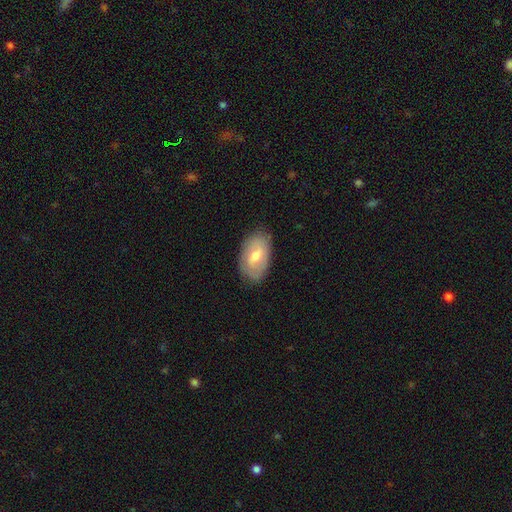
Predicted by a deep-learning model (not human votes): Q: Smooth or featured?
A: smooth (55%); runner-up: featured or disk (38%)
Q: How rounded?
A: in between (92%); runner-up: round (6%)
Q: Merging?
A: none (78%); runner-up: minor disturbance (17%)